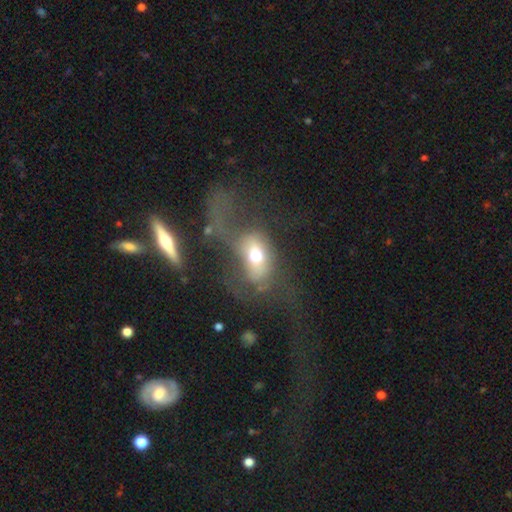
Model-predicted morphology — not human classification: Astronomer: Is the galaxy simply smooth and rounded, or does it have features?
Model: smooth — 50% (runner-up: featured or disk, 38%).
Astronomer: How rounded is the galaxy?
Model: in between — 69%.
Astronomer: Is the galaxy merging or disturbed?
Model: major disturbance — 59%.